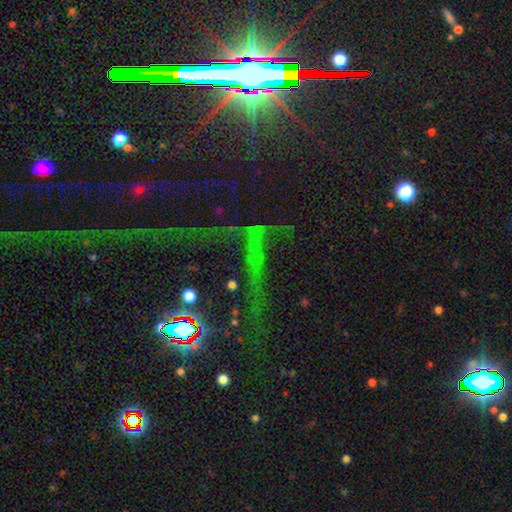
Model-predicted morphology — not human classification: type=star or artifact (82%).